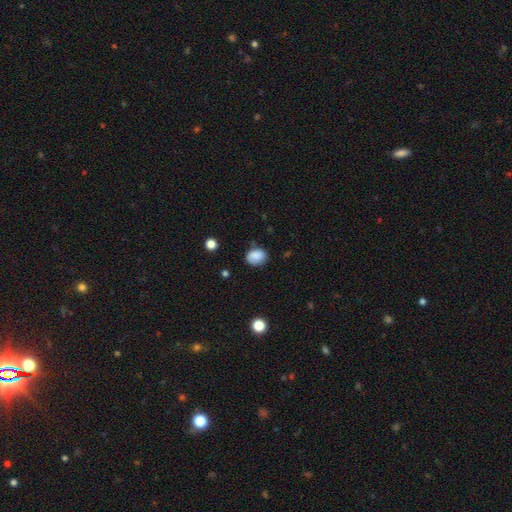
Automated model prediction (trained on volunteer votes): Smooth or featured: smooth — 81% (featured or disk — 10%)
How rounded: in between — 53% (round — 46%)
Merging: none — 67% (minor disturbance — 24%)